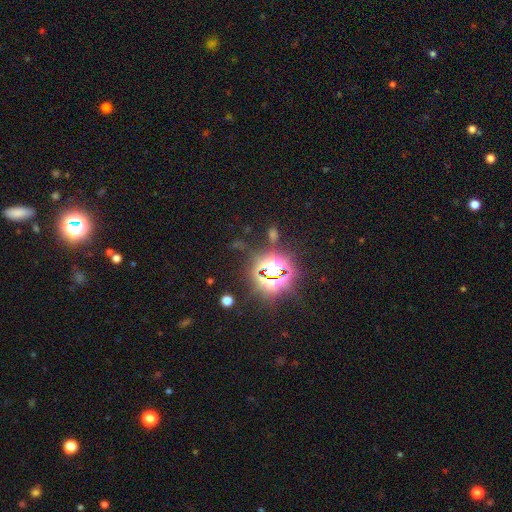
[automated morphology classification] Smooth or featured? Predicted: star or artifact (p=0.82).